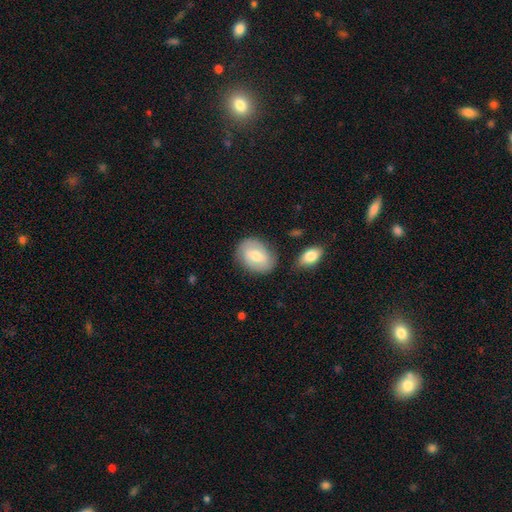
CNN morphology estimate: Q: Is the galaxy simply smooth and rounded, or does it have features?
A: smooth — 53%.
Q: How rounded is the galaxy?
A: in between — 70%.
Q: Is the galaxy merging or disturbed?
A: none — 78%.